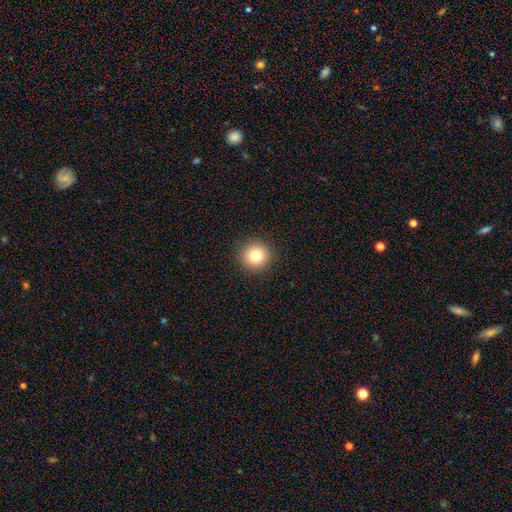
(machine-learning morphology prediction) A smooth galaxy with no disk features (81%) that is round (95%).

Vote fractions:
- Smooth or featured? smooth: 81% / star or artifact: 11% / featured or disk: 8%
- How rounded? round: 95% / in between: 4% / cigar-shaped: 1%
- Merging? none: 92% / minor disturbance: 5% / major disturbance: 2% / merger: 1%